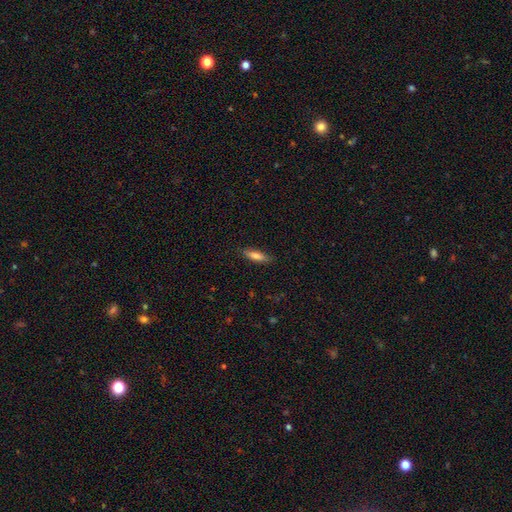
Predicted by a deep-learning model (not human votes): Smooth or featured? smooth (78%)
How rounded? cigar-shaped (58%)
Merging? none (85%)